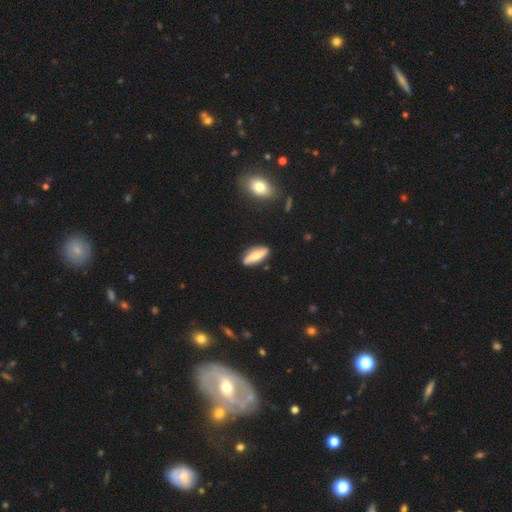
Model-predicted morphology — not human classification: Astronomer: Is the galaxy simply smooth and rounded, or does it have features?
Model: smooth — 58% (runner-up: featured or disk, 36%).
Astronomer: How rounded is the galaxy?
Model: in between — 66%.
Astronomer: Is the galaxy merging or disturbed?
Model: none — 84%.